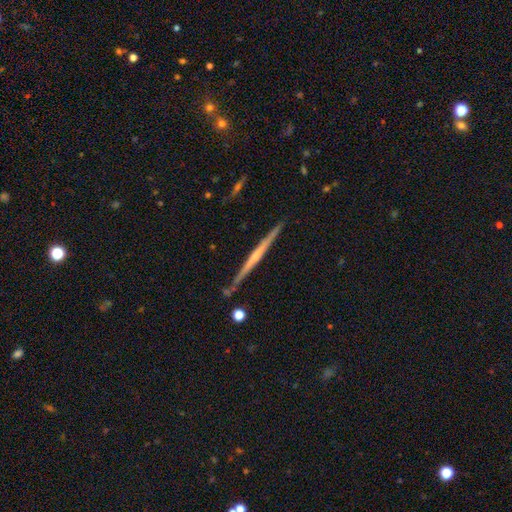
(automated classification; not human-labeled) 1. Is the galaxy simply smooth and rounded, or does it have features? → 71% featured or disk, 23% smooth, 6% star or artifact.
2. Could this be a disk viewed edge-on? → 98% yes, 2% no.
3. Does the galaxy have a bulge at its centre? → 57% none, 35% rounded, 9% boxy.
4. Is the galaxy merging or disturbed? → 87% none, 9% minor disturbance, 2% merger, 2% major disturbance.